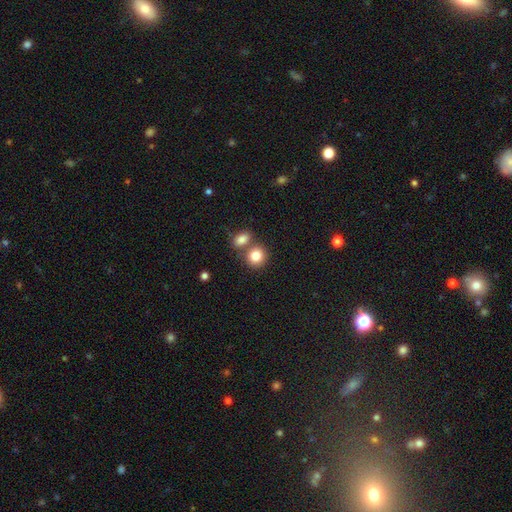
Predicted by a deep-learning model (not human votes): Smooth or featured?
  - smooth: 83% *
  - star or artifact: 9%
  - featured or disk: 8%
How rounded?
  - round: 77% *
  - in between: 22%
  - cigar-shaped: 1%
Merging?
  - none: 55% *
  - merger: 34%
  - minor disturbance: 8%
  - major disturbance: 3%